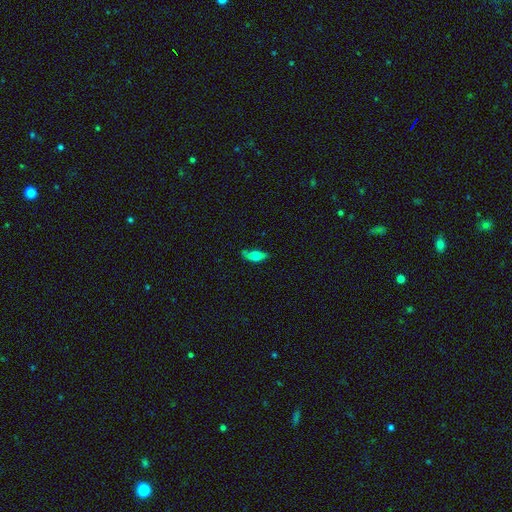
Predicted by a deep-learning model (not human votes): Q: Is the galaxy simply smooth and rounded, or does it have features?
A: smooth — 65%.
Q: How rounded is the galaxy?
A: in between — 68%.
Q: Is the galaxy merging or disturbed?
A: none — 69%.